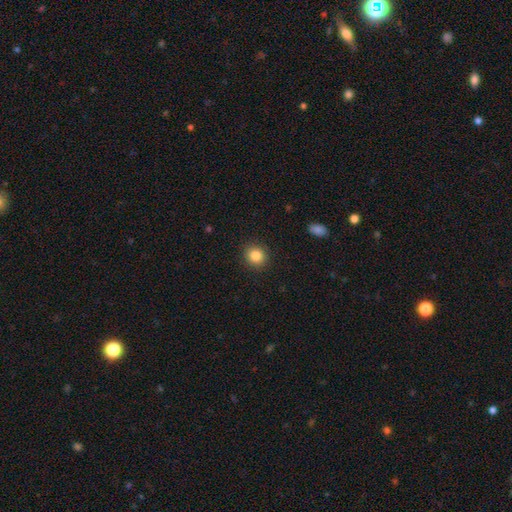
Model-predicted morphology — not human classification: A smooth galaxy with no disk features (85%) that is round (87%). Merging: none (91%).